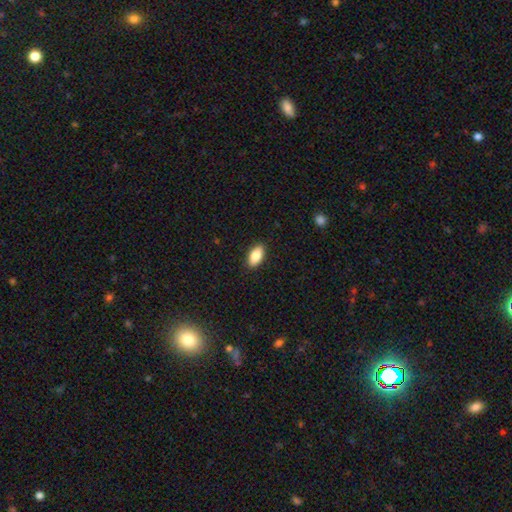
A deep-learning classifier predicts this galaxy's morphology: Smooth or featured? Predicted: smooth (p=0.85). How rounded? Predicted: in between (p=0.92). Merging? Predicted: none (p=0.89).